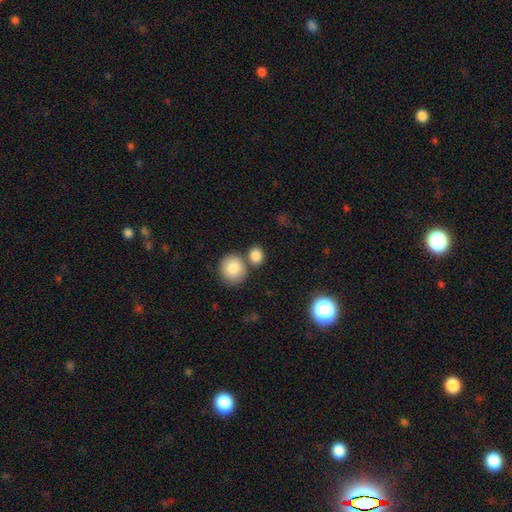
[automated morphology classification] This is clearly a smooth galaxy (85%). How rounded: likely round (61%). Merging: possibly none (60%).